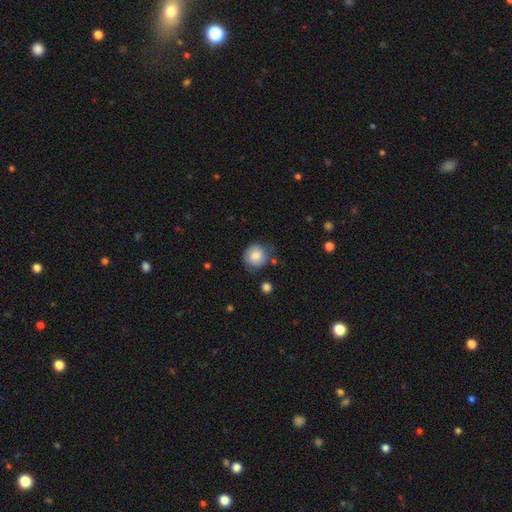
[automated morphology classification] Q: Smooth or featured?
A: smooth (82%); runner-up: featured or disk (10%)
Q: How rounded?
A: round (87%); runner-up: in between (12%)
Q: Merging?
A: none (71%); runner-up: minor disturbance (21%)